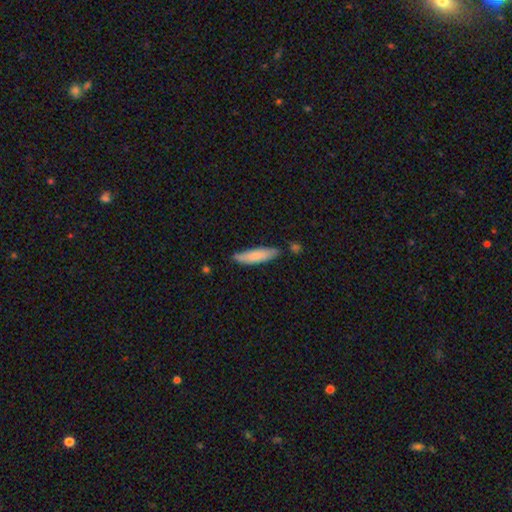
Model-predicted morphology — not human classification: type=smooth (78%); roundness=cigar-shaped (70%); merging=none (76%).